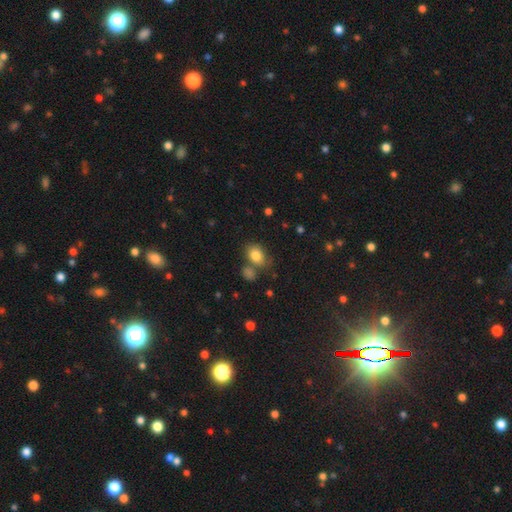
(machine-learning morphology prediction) type=smooth (82%); roundness=in between (69%); merging=none (58%).